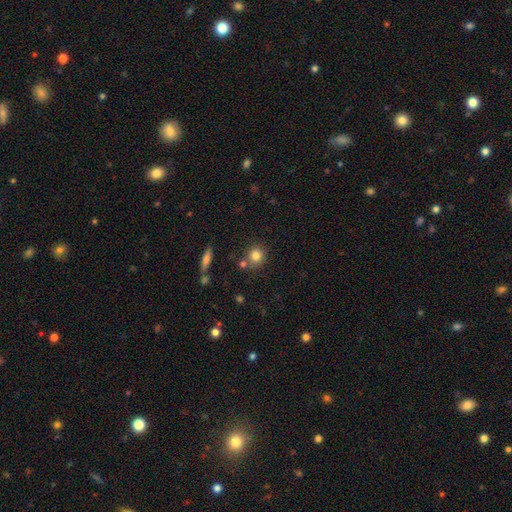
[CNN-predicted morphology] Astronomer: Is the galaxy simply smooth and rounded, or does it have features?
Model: smooth — 82%.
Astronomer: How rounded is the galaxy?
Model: round — 87%.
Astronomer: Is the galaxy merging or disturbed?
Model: none — 72%.